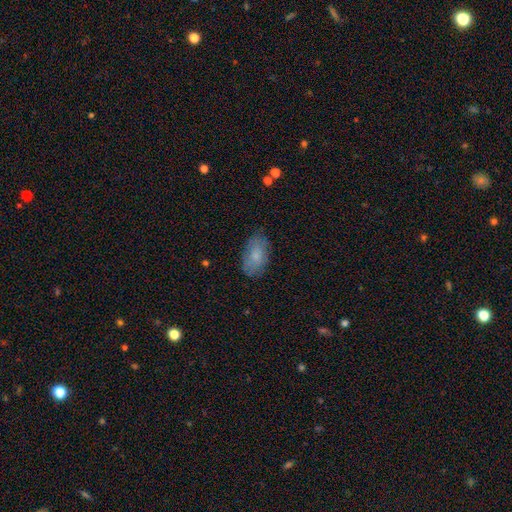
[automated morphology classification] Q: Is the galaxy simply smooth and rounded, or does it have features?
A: smooth — 76%.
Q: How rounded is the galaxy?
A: in between — 93%.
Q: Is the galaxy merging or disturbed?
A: none — 79%.